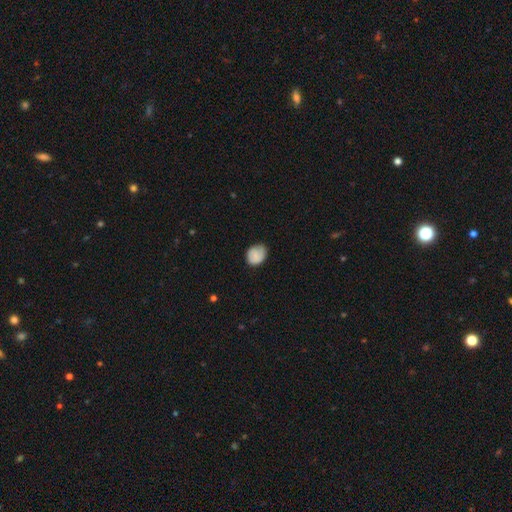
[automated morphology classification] Smooth or featured? smooth (75%)
How rounded? round (55%)
Merging? none (66%)